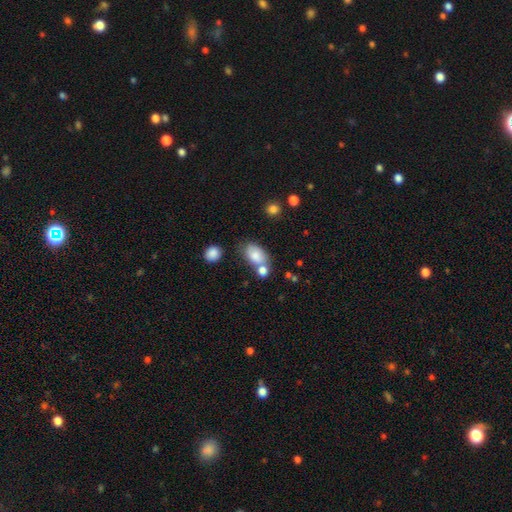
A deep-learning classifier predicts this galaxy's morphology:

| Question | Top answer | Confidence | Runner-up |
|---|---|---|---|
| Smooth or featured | smooth | 80% | featured or disk (11%) |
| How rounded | in between | 88% | round (11%) |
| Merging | none | 47% | merger (30%) |